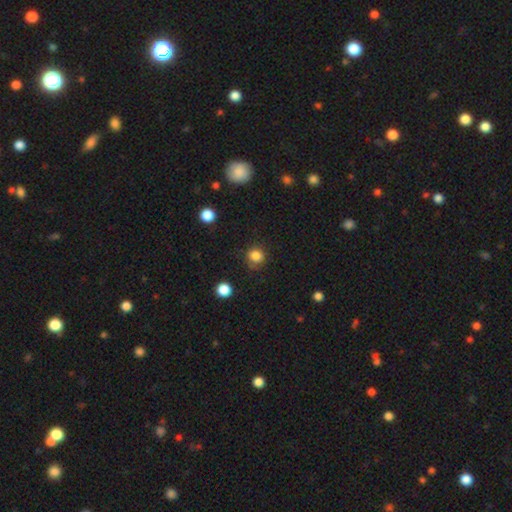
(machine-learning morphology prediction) Smooth or featured: smooth — 83% (star or artifact — 12%)
How rounded: round — 85% (in between — 14%)
Merging: none — 77% (minor disturbance — 16%)